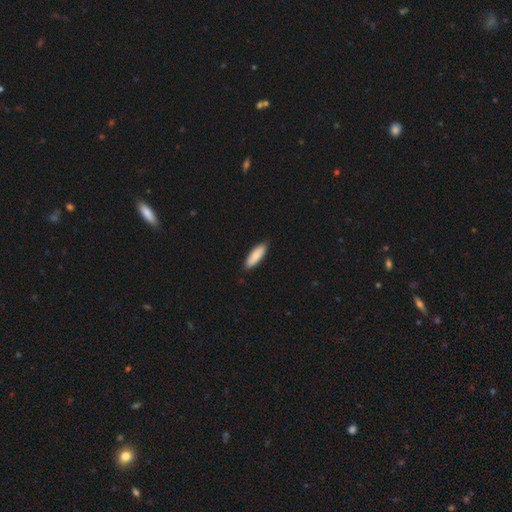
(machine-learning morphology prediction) A smooth galaxy with no disk features (84%) that is in between round and cigar-shaped (55%).

Vote fractions:
- Smooth or featured? smooth: 84% / featured or disk: 11% / star or artifact: 5%
- How rounded? in between: 55% / cigar-shaped: 43% / round: 2%
- Merging? none: 88% / minor disturbance: 10% / major disturbance: 1% / merger: 1%